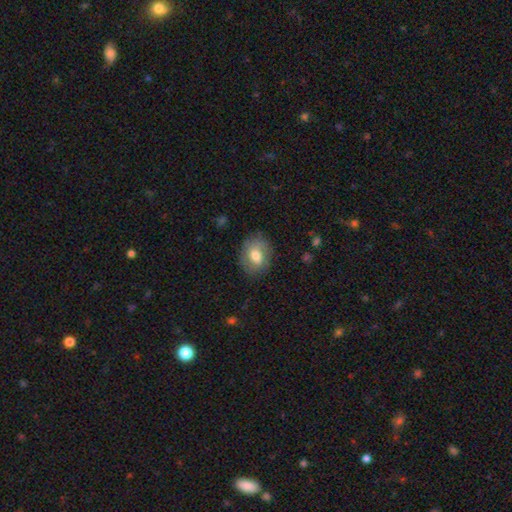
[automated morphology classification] smooth-or-featured: smooth: 67% | featured or disk: 25% | star or artifact: 7%
  how-rounded: in between: 57% | round: 42% | cigar-shaped: 1%
  merging: none: 79% | minor disturbance: 15% | major disturbance: 5% | merger: 1%